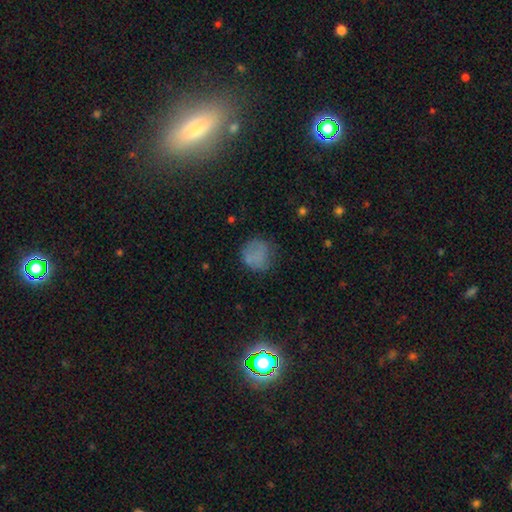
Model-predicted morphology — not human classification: This is likely a smooth galaxy (73%). How rounded: clearly round (86%). Merging: likely none (64%).